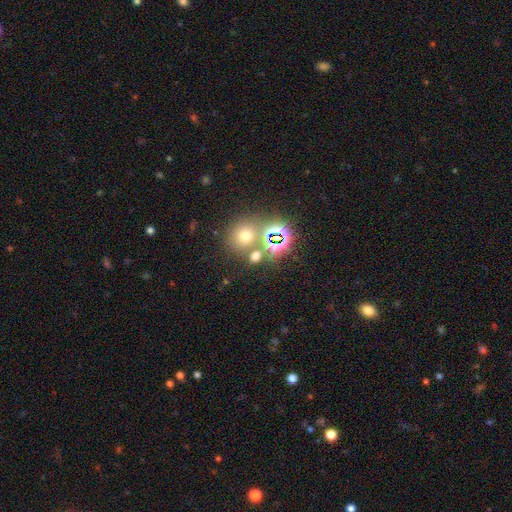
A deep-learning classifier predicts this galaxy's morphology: Smooth or featured? smooth (54%)
How rounded? round (73%)
Merging? none (64%)